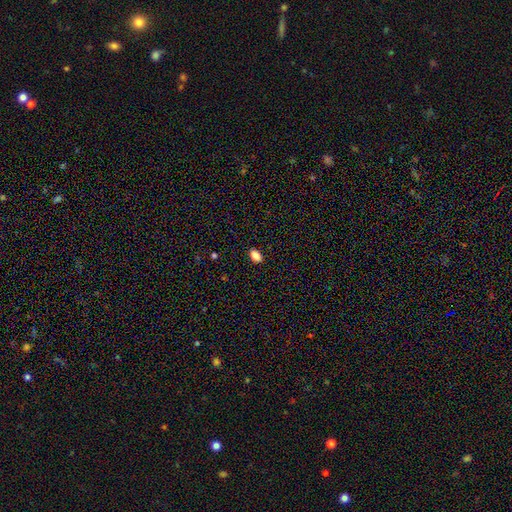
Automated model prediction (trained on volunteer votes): A smooth galaxy with no disk features (86%) that is in between round and cigar-shaped (89%).

Vote fractions:
- Smooth or featured? smooth: 86% / star or artifact: 9% / featured or disk: 5%
- How rounded? in between: 89% / round: 8% / cigar-shaped: 2%
- Merging? none: 89% / minor disturbance: 8% / major disturbance: 2% / merger: 1%